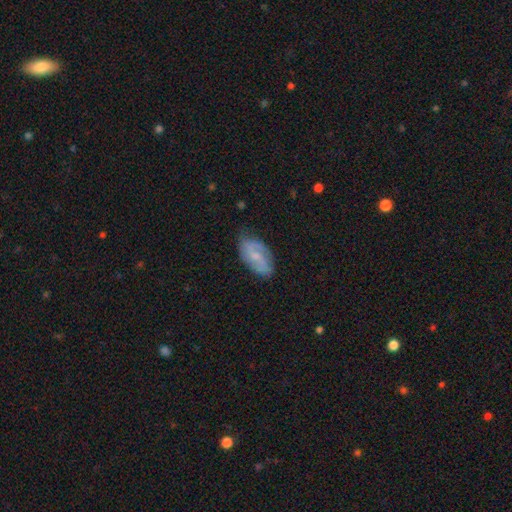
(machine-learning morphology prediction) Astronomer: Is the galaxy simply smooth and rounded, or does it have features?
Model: featured or disk — 62%.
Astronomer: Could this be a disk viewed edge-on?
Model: no — 94%.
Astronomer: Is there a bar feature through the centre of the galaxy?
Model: weak — 47% (runner-up: no, 42%).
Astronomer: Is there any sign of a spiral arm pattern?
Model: yes — 87%.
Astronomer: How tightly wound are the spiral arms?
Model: medium — 45% (runner-up: tight, 29%).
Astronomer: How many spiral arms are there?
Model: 2 — 76%.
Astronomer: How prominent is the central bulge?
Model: small — 56% (runner-up: moderate, 32%).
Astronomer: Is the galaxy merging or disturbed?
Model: none — 71%.